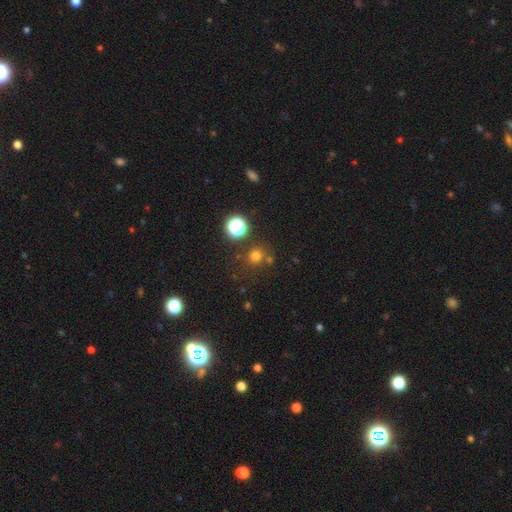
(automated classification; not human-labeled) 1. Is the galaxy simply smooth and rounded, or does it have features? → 69% smooth, 24% star or artifact, 7% featured or disk.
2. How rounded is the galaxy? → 91% round, 8% in between, 1% cigar-shaped.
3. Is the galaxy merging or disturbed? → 76% none, 10% merger, 9% minor disturbance, 4% major disturbance.